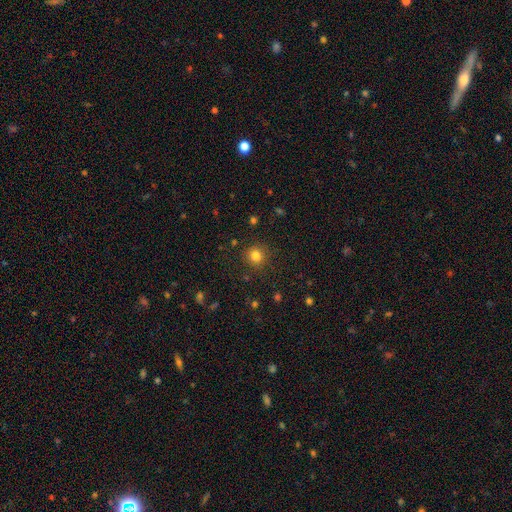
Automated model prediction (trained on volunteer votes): This is clearly a smooth galaxy (81%). How rounded: clearly round (91%). Merging: clearly none (88%).